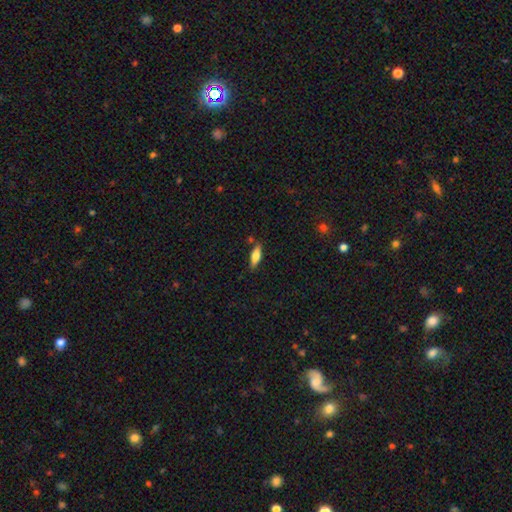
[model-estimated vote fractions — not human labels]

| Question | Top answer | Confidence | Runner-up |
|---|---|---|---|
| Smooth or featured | smooth | 66% | featured or disk (27%) |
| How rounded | in between | 50% | cigar-shaped (48%) |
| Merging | none | 79% | minor disturbance (14%) |